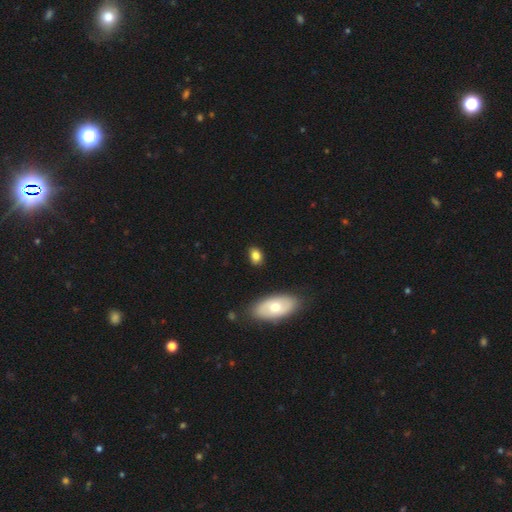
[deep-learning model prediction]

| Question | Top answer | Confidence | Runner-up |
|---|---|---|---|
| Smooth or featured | smooth | 82% | featured or disk (9%) |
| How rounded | in between | 81% | round (16%) |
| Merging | none | 80% | minor disturbance (13%) |